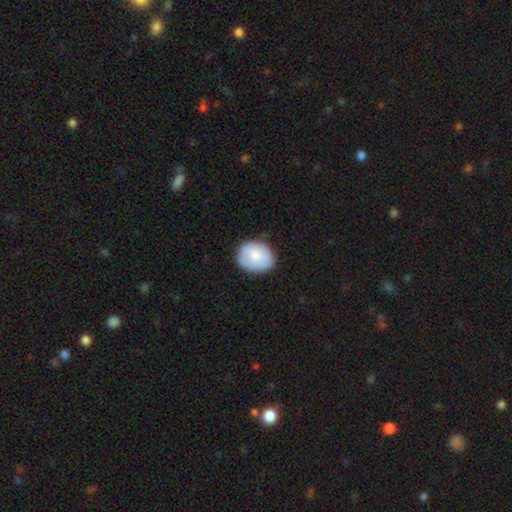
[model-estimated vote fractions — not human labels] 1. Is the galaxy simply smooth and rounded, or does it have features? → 79% smooth, 15% featured or disk, 6% star or artifact.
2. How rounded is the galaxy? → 50% round, 49% in between, 1% cigar-shaped.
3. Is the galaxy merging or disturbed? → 78% none, 17% minor disturbance, 4% major disturbance, 1% merger.